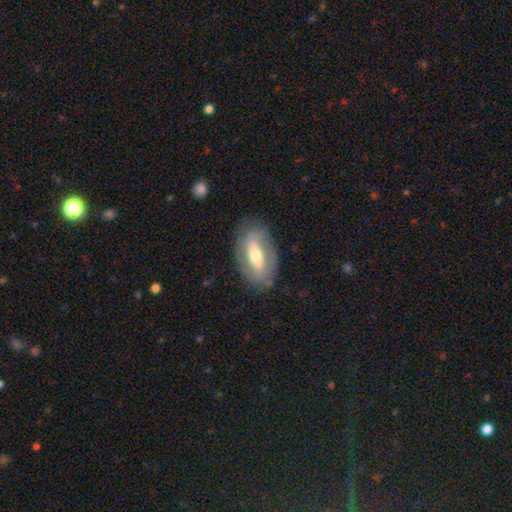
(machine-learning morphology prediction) Smooth or featured? Predicted: featured or disk (p=0.58). Edge-on disk? Predicted: no (p=0.85). Merging? Predicted: none (p=0.79).